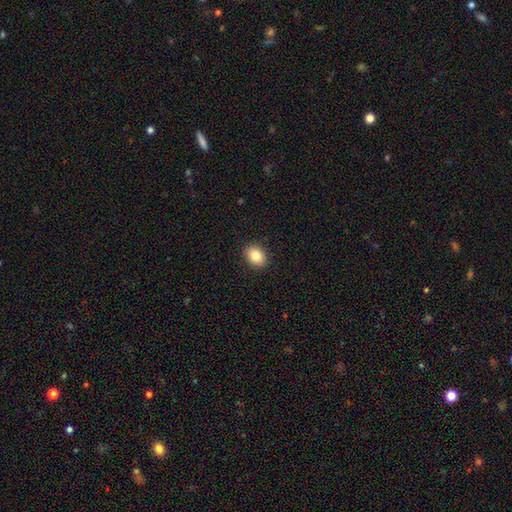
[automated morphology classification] The model was most divided on "how rounded": in between: 64%, round: 35%, cigar-shaped: 1%. More confident: merging — none (91%); smooth or featured — smooth (84%).